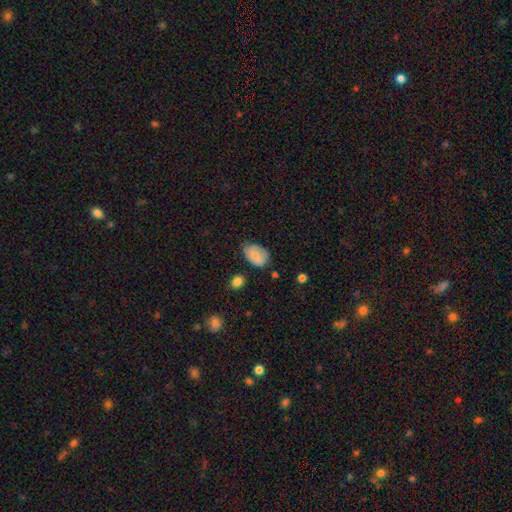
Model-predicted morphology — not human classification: Smooth or featured: smooth — 71% (featured or disk — 21%)
How rounded: in between — 85% (round — 13%)
Merging: none — 55% (minor disturbance — 34%)